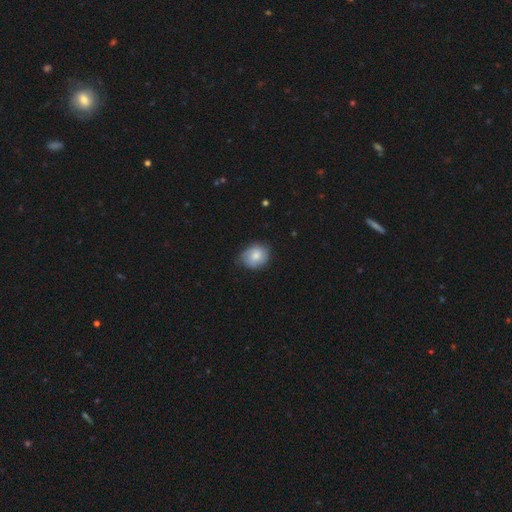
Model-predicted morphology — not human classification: Smooth or featured? Predicted: smooth (p=0.71). How rounded? Predicted: round (p=0.61). Merging? Predicted: none (p=0.67).